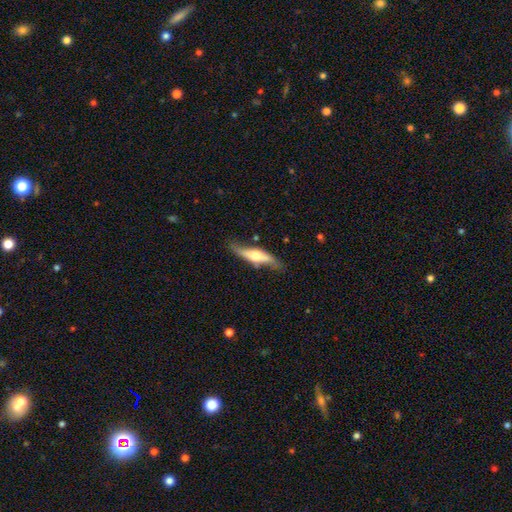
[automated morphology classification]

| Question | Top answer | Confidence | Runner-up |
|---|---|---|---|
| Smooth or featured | featured or disk | 61% | smooth (34%) |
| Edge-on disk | yes | 66% | no (34%) |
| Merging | none | 66% | minor disturbance (24%) |